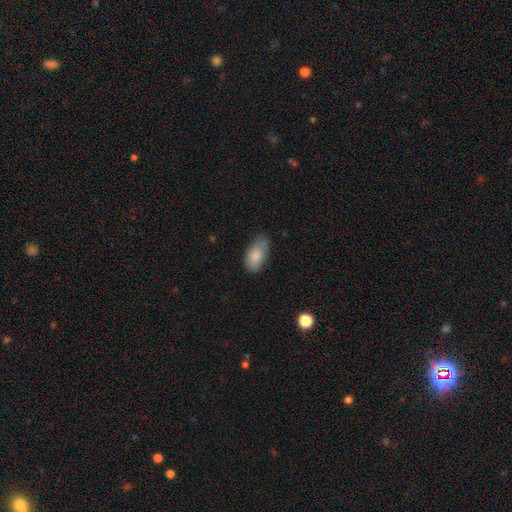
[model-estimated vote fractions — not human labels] A smooth galaxy with no disk features (84%) that is in between round and cigar-shaped (94%). Merging: none (65%).